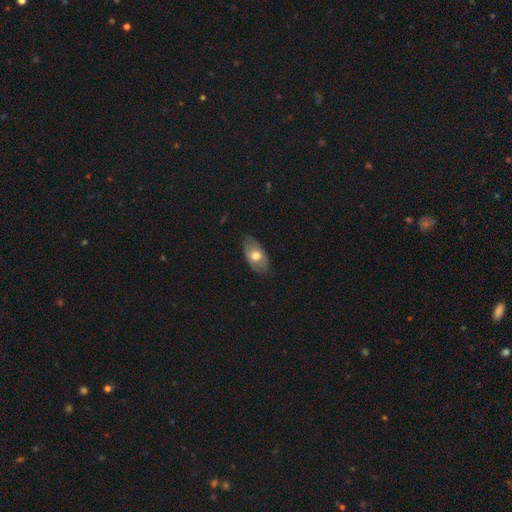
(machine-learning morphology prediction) Smooth or featured?
  - smooth: 61% *
  - featured or disk: 32%
  - star or artifact: 6%
How rounded?
  - in between: 92% *
  - round: 6%
  - cigar-shaped: 3%
Merging?
  - none: 72% *
  - minor disturbance: 23%
  - major disturbance: 4%
  - merger: 1%